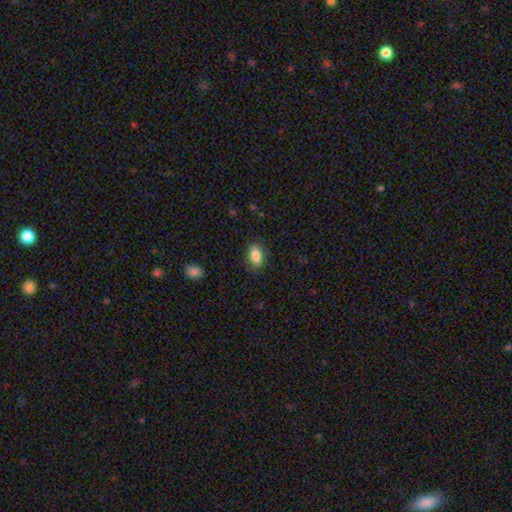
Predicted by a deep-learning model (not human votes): smooth_or_featured: smooth (p=0.84) [alt: featured or disk p=0.09]
how_rounded: in between (p=0.90) [alt: round p=0.06]
merging: none (p=0.83) [alt: minor disturbance p=0.12]